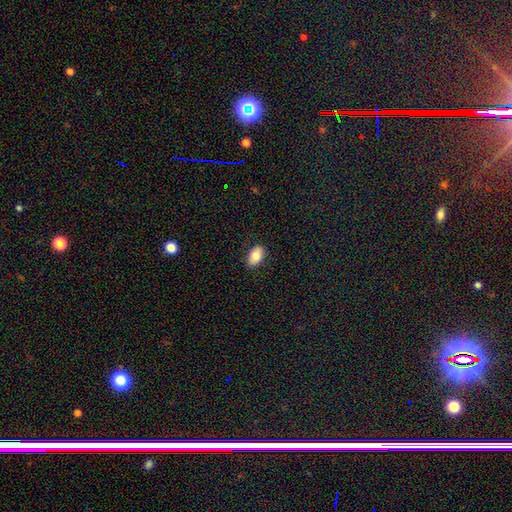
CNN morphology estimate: smooth 81%, featured or disk 12%, star or artifact 7%. Down the decision tree: how rounded — in between (92%); merging — none (87%).